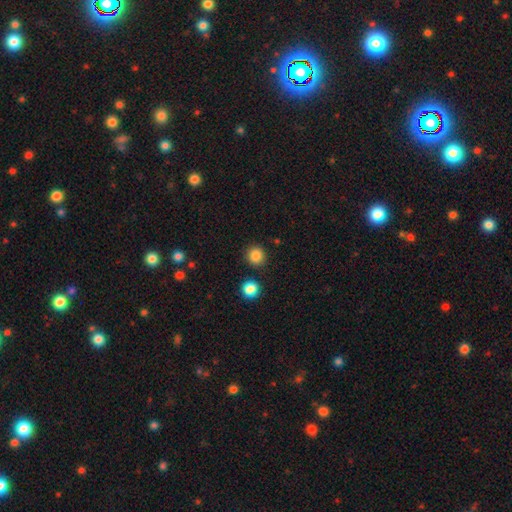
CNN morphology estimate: smooth-or-featured: smooth: 85% | star or artifact: 11% | featured or disk: 3%
  how-rounded: round: 92% | in between: 7% | cigar-shaped: 1%
  merging: none: 89% | minor disturbance: 6% | merger: 3% | major disturbance: 2%